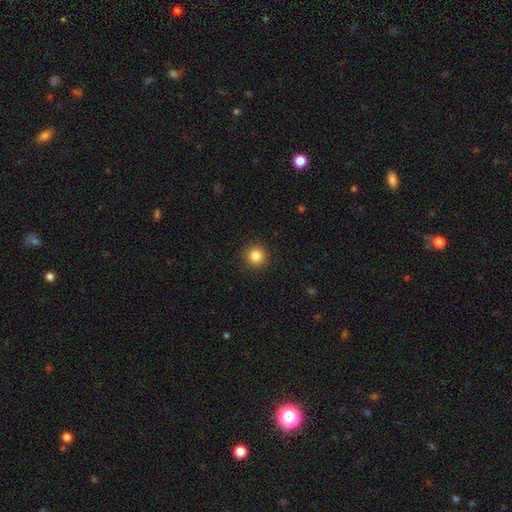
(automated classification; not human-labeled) This appears to be a smooth galaxy with no disk features (84%) that is round (95%). Merging: none (93%).